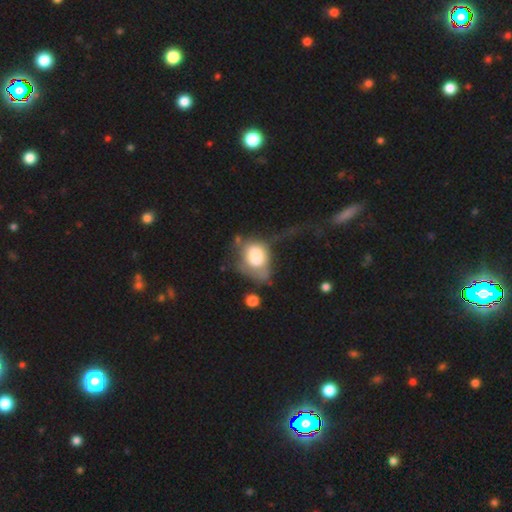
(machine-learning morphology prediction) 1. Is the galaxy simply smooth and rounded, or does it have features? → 64% smooth, 27% featured or disk, 9% star or artifact.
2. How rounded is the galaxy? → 68% in between, 30% round, 2% cigar-shaped.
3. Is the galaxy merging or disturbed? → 50% major disturbance, 20% minor disturbance, 17% none, 13% merger.